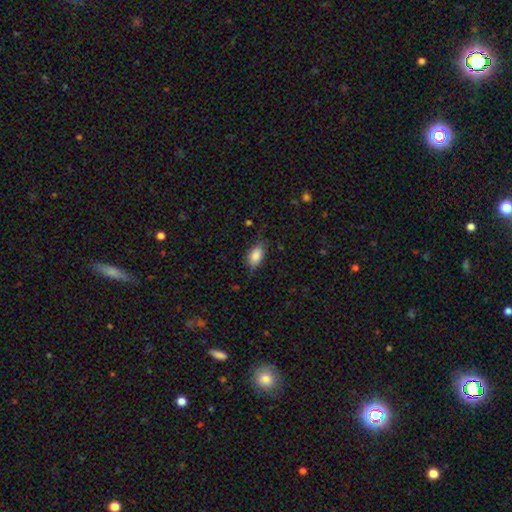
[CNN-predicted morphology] This is clearly a smooth galaxy (85%). How rounded: clearly in between (90%). Merging: likely none (69%).